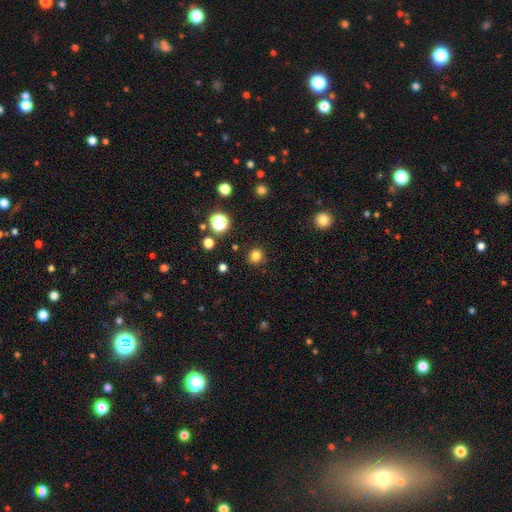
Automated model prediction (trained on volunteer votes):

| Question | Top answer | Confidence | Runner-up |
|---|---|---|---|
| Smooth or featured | smooth | 81% | star or artifact (15%) |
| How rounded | round | 91% | in between (8%) |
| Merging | none | 89% | minor disturbance (7%) |